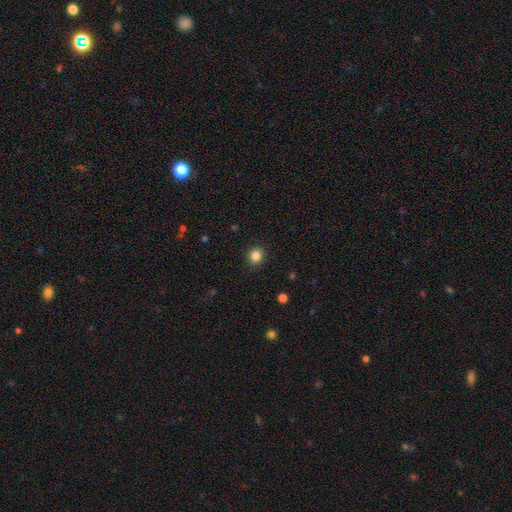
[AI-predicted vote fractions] A smooth galaxy with no disk features (85%) that is round (83%).

Vote fractions:
- Smooth or featured? smooth: 85% / star or artifact: 11% / featured or disk: 4%
- How rounded? round: 83% / in between: 16% / cigar-shaped: 1%
- Merging? none: 91% / minor disturbance: 6% / major disturbance: 2% / merger: 1%